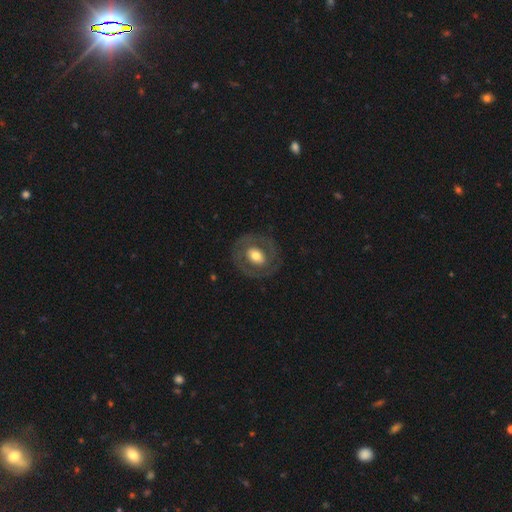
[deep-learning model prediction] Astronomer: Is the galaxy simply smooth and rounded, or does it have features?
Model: featured or disk — 54% (runner-up: smooth, 41%).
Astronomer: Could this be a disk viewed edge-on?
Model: no — 95%.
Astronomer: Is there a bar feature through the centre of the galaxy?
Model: no — 67%.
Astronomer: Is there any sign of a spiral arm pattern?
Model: no — 75%.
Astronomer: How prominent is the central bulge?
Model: moderate — 60%.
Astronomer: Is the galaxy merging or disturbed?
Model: none — 79%.